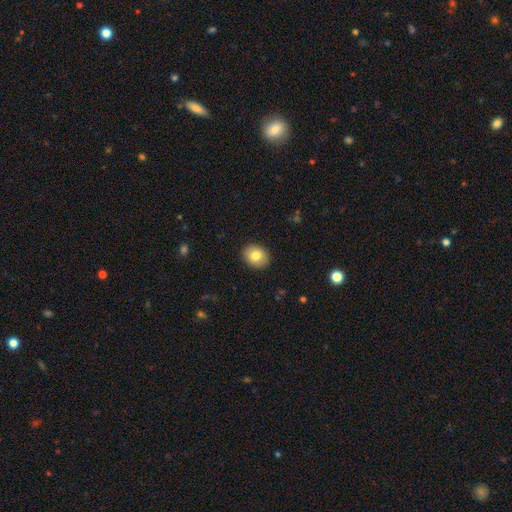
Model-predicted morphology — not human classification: smooth-or-featured: smooth: 81% | featured or disk: 11% | star or artifact: 8%
  how-rounded: in between: 53% | round: 46% | cigar-shaped: 1%
  merging: none: 90% | minor disturbance: 7% | major disturbance: 2% | merger: 1%